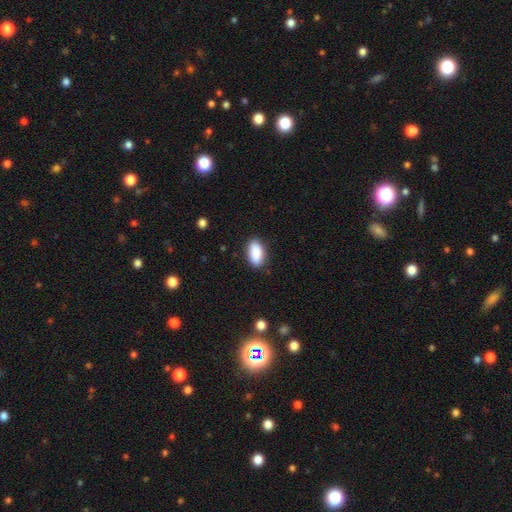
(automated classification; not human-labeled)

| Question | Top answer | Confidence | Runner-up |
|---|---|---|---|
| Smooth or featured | smooth | 89% | star or artifact (6%) |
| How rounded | in between | 93% | cigar-shaped (4%) |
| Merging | none | 87% | minor disturbance (10%) |